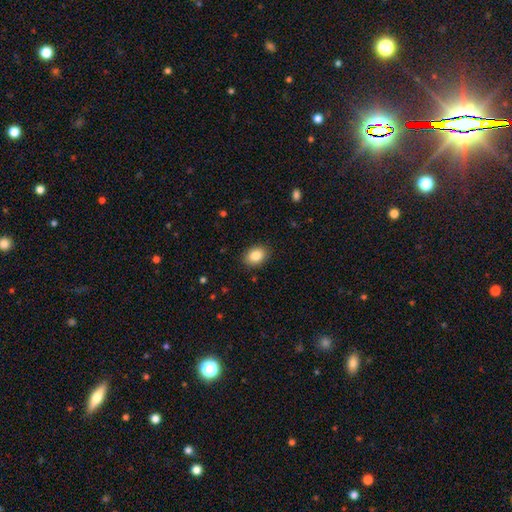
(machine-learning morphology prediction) Q: Smooth or featured?
A: smooth (85%); runner-up: star or artifact (9%)
Q: How rounded?
A: in between (69%); runner-up: round (30%)
Q: Merging?
A: none (88%); runner-up: minor disturbance (9%)